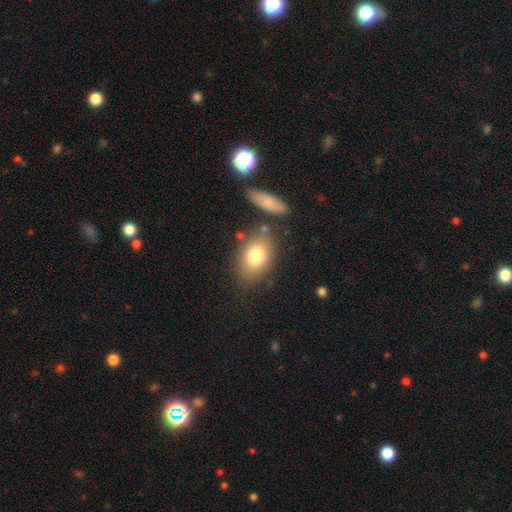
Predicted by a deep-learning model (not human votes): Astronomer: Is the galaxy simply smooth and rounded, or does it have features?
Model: smooth — 77%.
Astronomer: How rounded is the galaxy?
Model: in between — 76%.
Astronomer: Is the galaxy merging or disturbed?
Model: none — 72%.